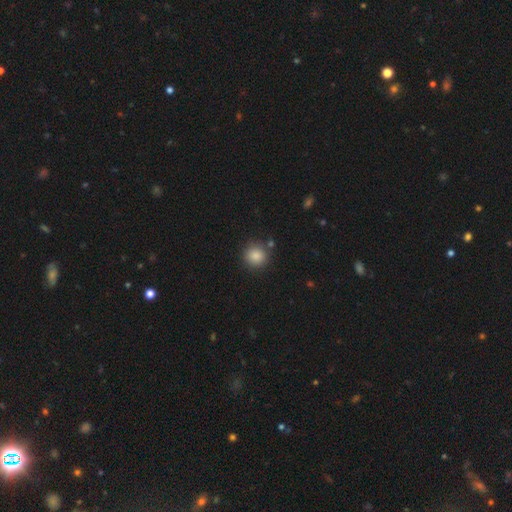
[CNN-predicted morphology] Smooth or featured? Predicted: smooth (p=0.87). How rounded? Predicted: round (p=0.90). Merging? Predicted: none (p=0.84).